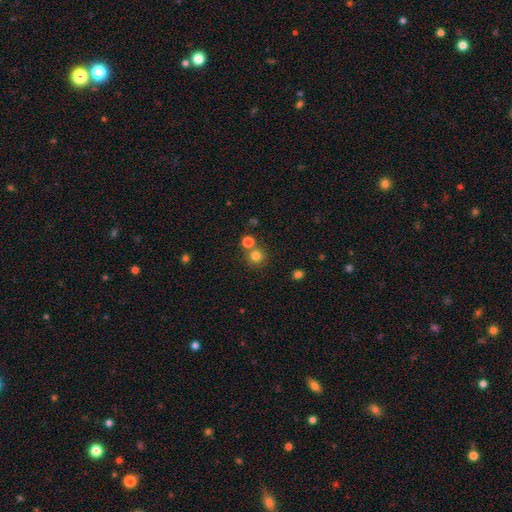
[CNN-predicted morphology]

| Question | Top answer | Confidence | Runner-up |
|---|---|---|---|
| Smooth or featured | smooth | 80% | star or artifact (14%) |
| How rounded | round | 92% | in between (7%) |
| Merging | none | 69% | merger (21%) |